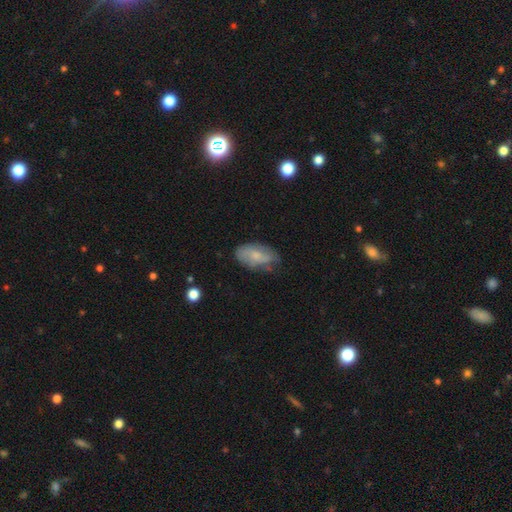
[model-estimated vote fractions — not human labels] This is likely a smooth galaxy (64%). How rounded: clearly in between (93%). Merging: possibly none (59%).